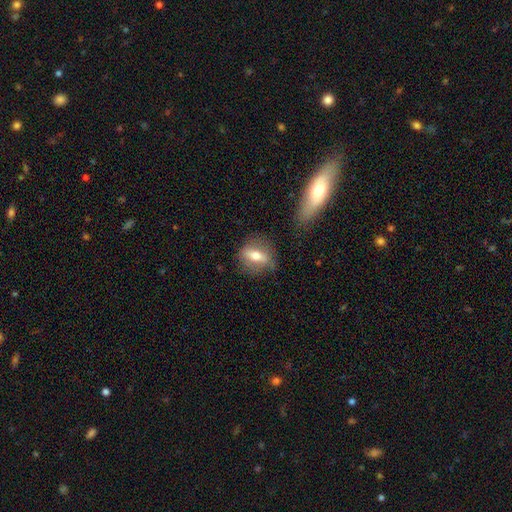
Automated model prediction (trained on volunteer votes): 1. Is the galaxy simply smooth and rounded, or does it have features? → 48% smooth, 43% featured or disk, 8% star or artifact.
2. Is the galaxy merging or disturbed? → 74% none, 16% minor disturbance, 7% major disturbance, 3% merger.